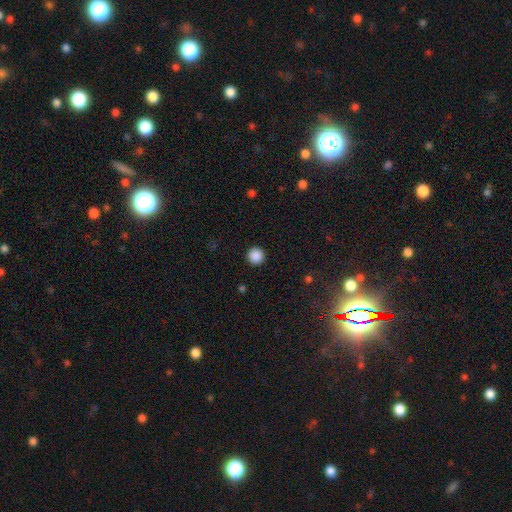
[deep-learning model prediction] The model was most divided on "smooth or featured": smooth: 88%, star or artifact: 10%, featured or disk: 2%. More confident: how rounded — round (96%); merging — none (93%).